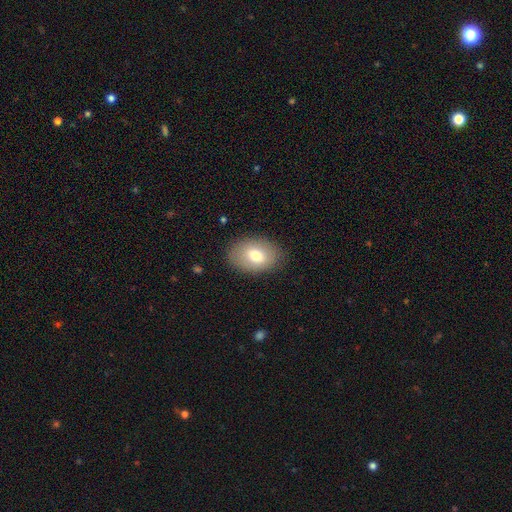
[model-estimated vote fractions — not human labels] This appears to be a smooth galaxy with no disk features (74%) that is in between round and cigar-shaped (83%). Merging: none (85%).